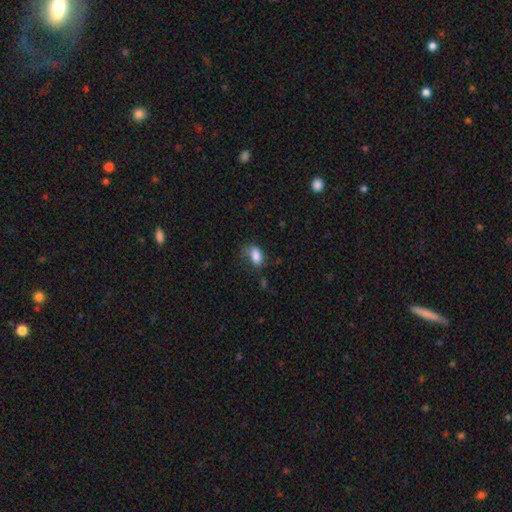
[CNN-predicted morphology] A smooth galaxy with no disk features (83%) that is in between round and cigar-shaped (89%). Merging: none (50%).